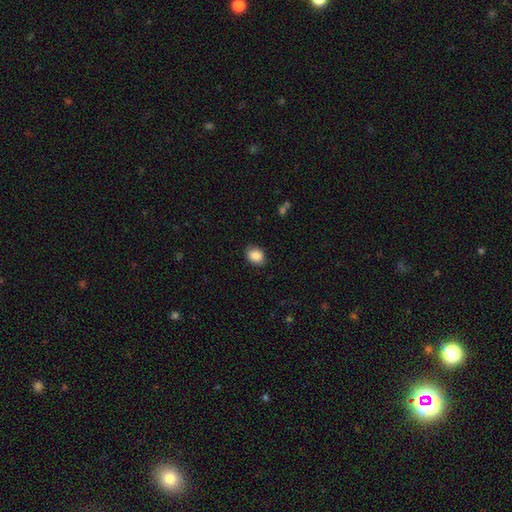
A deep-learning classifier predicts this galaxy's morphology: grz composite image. It shows a smooth galaxy with no disk features (88%) that is in between round and cigar-shaped (65%). Merging: none (86%).